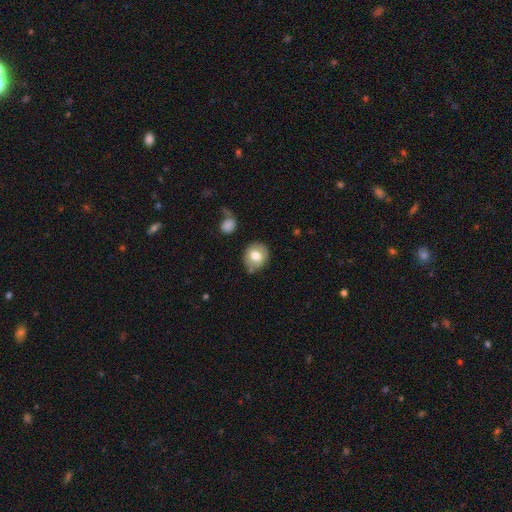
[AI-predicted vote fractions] The model was most divided on "how rounded": round: 77%, in between: 22%, cigar-shaped: 1%. More confident: merging — none (76%); smooth or featured — smooth (74%).